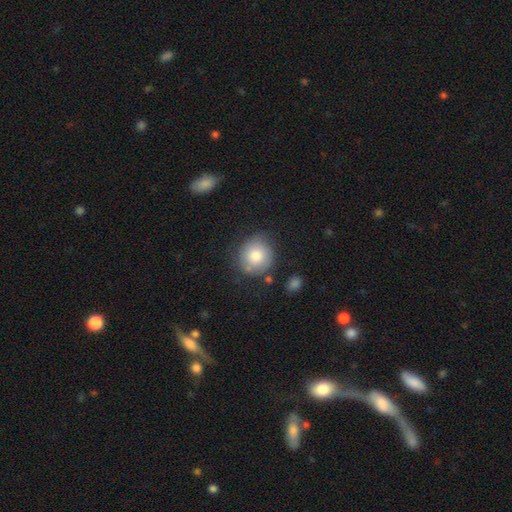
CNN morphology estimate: Smooth or featured?
  - smooth: 77% *
  - featured or disk: 16%
  - star or artifact: 7%
How rounded?
  - round: 86% *
  - in between: 13%
  - cigar-shaped: 1%
Merging?
  - none: 70% *
  - minor disturbance: 20%
  - major disturbance: 6%
  - merger: 4%